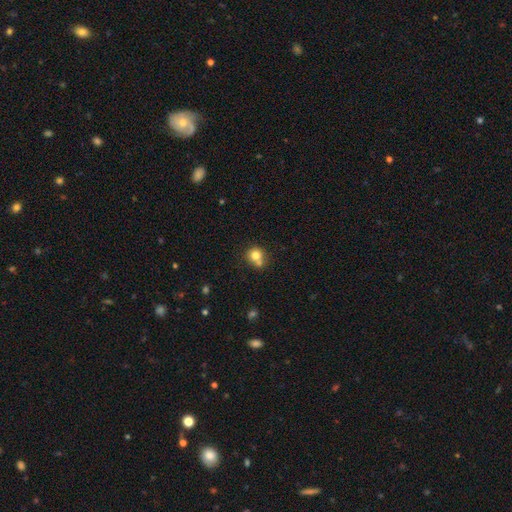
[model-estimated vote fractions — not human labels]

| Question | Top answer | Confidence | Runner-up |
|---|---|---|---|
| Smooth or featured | smooth | 76% | featured or disk (12%) |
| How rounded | round | 84% | in between (16%) |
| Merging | none | 47% | merger (38%) |